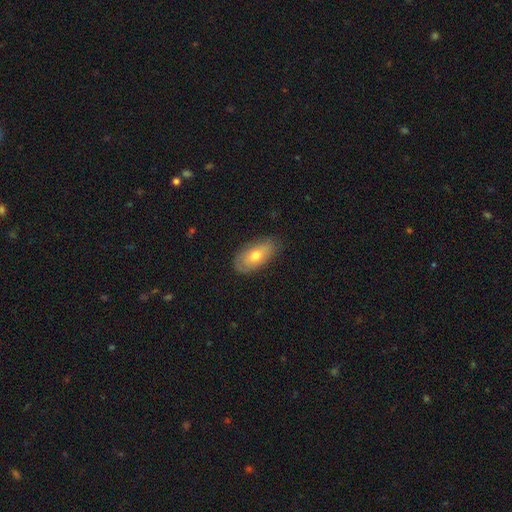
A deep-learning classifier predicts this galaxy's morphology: Overall: smooth (65%; featured or disk 29%). How rounded: in between (91%). Merging: none (77%).